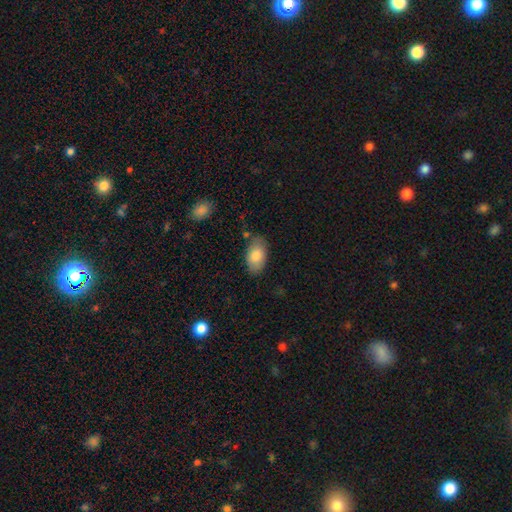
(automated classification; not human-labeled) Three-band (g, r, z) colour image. It shows a smooth galaxy with no disk features (81%) that is in between round and cigar-shaped (93%). Merging: none (78%).